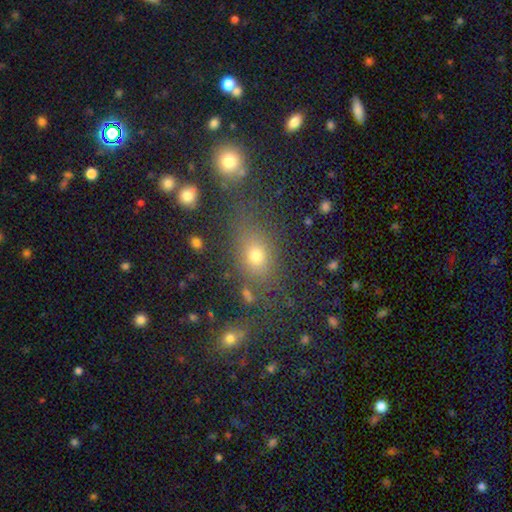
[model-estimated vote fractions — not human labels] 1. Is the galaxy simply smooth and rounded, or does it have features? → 62% smooth, 26% star or artifact, 12% featured or disk.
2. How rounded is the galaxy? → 64% in between, 30% round, 6% cigar-shaped.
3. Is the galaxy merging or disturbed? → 70% none, 14% minor disturbance, 9% merger, 7% major disturbance.